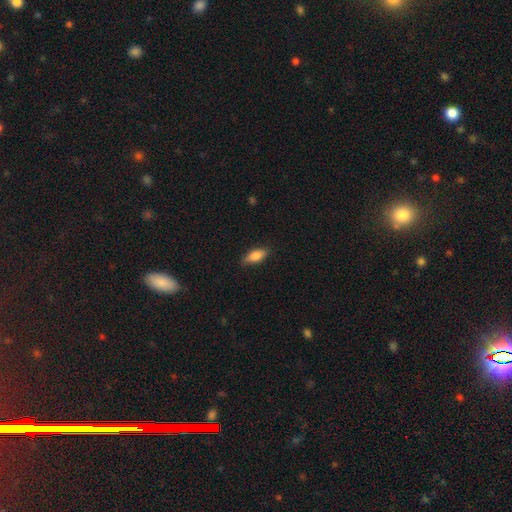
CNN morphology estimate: Q: Smooth or featured?
A: smooth (77%); runner-up: featured or disk (17%)
Q: How rounded?
A: in between (77%); runner-up: cigar-shaped (20%)
Q: Merging?
A: none (83%); runner-up: minor disturbance (14%)